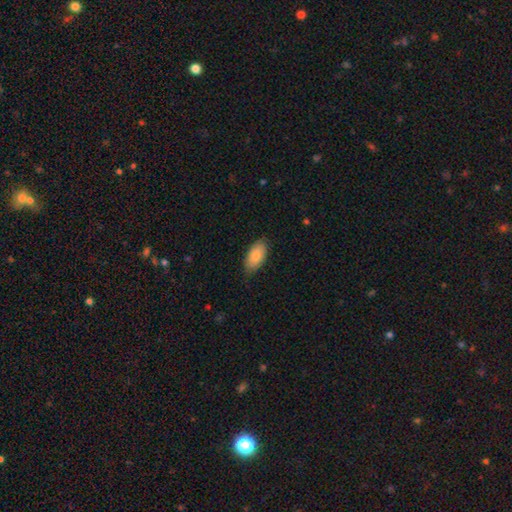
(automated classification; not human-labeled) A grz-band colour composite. It shows a smooth galaxy with no disk features (82%) that is in between round and cigar-shaped (93%). Merging: none (80%).